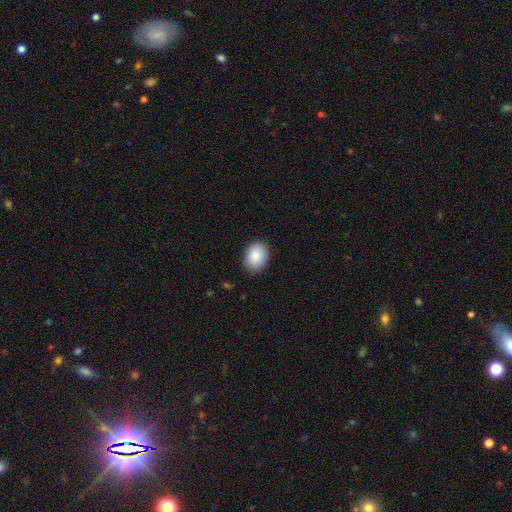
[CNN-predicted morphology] This appears to be a smooth galaxy with no disk features (88%) that is in between round and cigar-shaped (67%). Merging: none (87%).